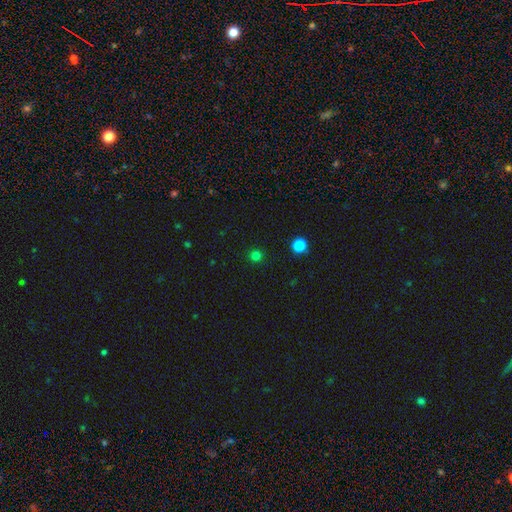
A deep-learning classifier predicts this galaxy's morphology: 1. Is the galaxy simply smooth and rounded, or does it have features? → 77% smooth, 20% star or artifact, 3% featured or disk.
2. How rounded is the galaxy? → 94% round, 5% in between, 1% cigar-shaped.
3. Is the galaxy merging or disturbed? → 91% none, 5% minor disturbance, 2% major disturbance, 2% merger.